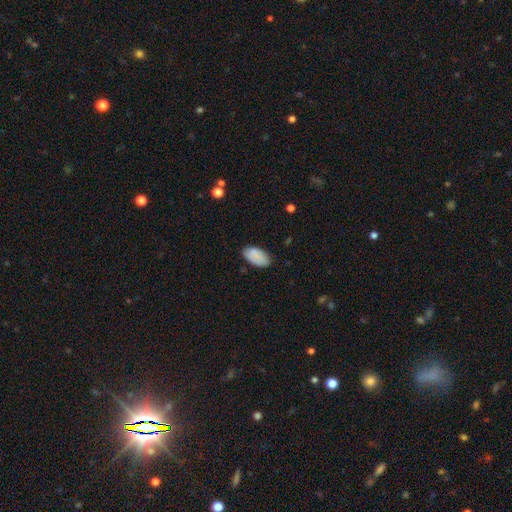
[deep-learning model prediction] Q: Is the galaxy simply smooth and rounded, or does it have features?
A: smooth — 83%.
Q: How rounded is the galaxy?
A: in between — 95%.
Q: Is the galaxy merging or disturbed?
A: none — 78%.